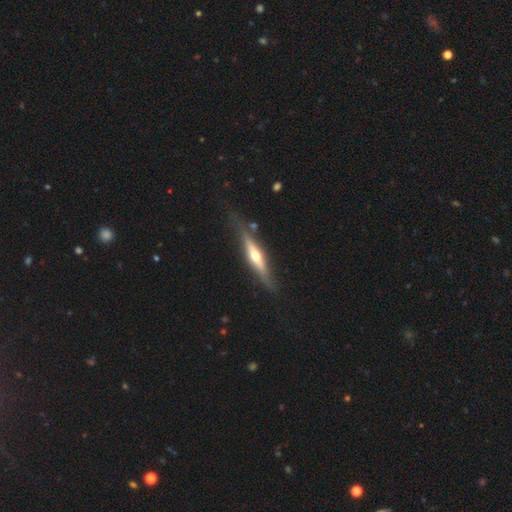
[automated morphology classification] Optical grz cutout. It shows a featured or disk galaxy (67%) viewed edge-on (94%) with a rounded central bulge (90%). Merging: none (78%).